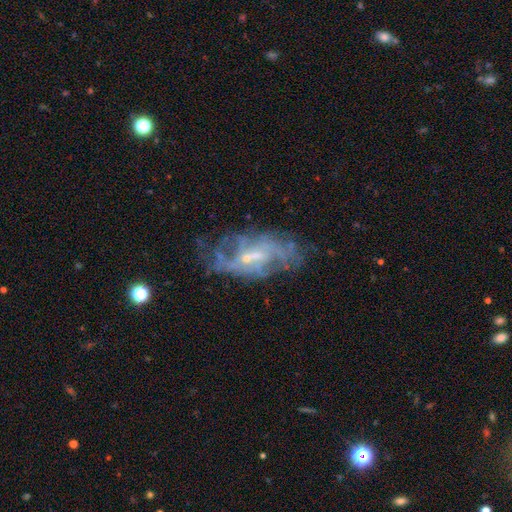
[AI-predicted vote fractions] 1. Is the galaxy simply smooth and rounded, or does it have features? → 77% featured or disk, 13% smooth, 9% star or artifact.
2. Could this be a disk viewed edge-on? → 93% no, 7% yes.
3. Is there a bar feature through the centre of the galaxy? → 47% weak, 39% no, 14% strong.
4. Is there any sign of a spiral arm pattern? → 70% yes, 30% no.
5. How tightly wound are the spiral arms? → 39% medium, 32% tight, 29% loose.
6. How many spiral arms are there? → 53% can't tell, 23% 2, 9% 3, 7% 4, 4% more than 4, 4% 1.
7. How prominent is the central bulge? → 67% small, 21% moderate, 10% none, 1% large, 1% dominant.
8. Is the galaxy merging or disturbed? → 57% none, 21% minor disturbance, 18% major disturbance, 4% merger.